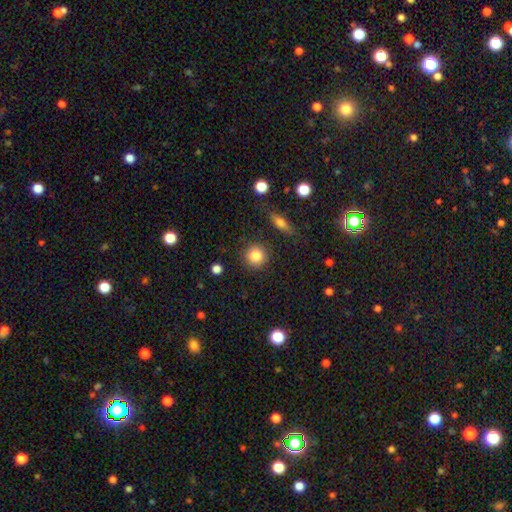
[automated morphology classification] Smooth or featured? smooth (84%)
How rounded? round (92%)
Merging? none (89%)